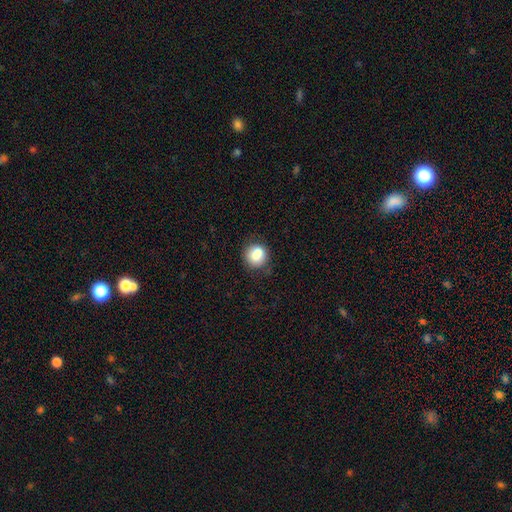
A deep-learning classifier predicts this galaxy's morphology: Smooth or featured? Predicted: smooth (p=0.80). How rounded? Predicted: round (p=0.84). Merging? Predicted: none (p=0.68).